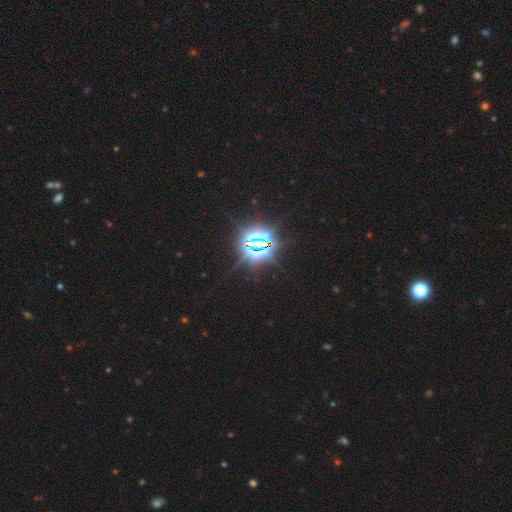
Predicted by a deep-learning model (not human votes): A star or artifact, not a galaxy (83%).